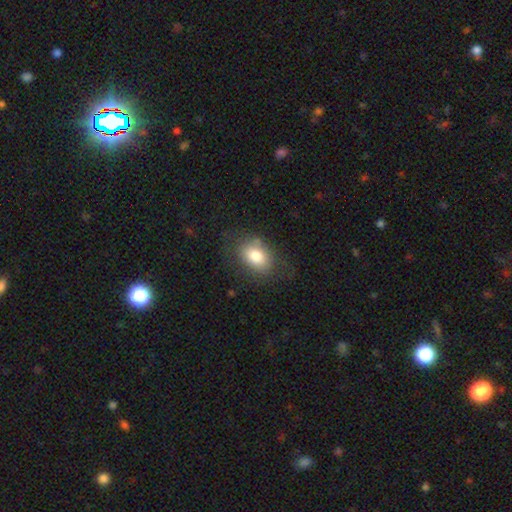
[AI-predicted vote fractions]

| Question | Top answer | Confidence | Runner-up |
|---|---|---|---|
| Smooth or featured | smooth | 79% | featured or disk (13%) |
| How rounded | in between | 76% | round (23%) |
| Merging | none | 68% | minor disturbance (19%) |